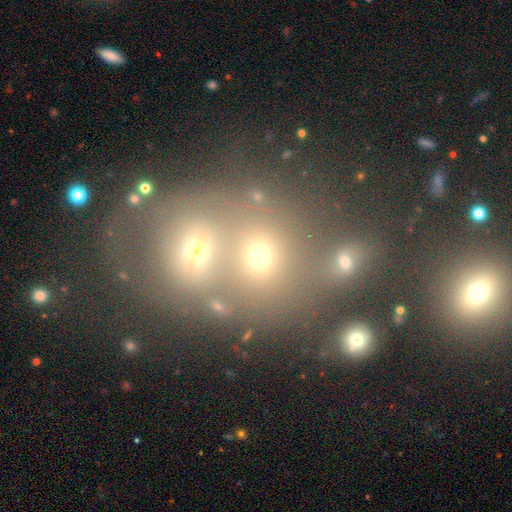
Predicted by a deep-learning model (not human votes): A star or artifact, not a galaxy (38%).